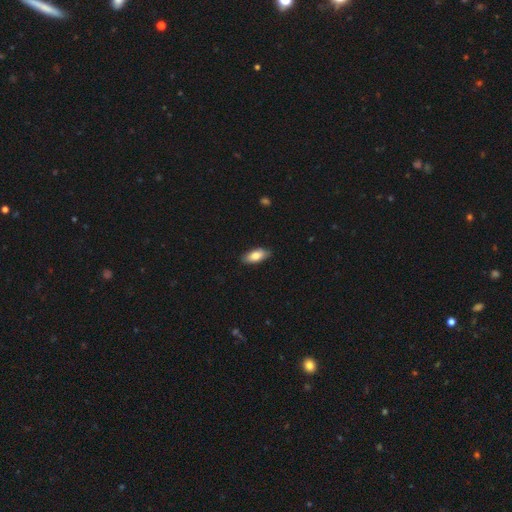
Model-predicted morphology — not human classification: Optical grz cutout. It shows a smooth galaxy with no disk features (81%) that is in between round and cigar-shaped (86%). Merging: none (87%).